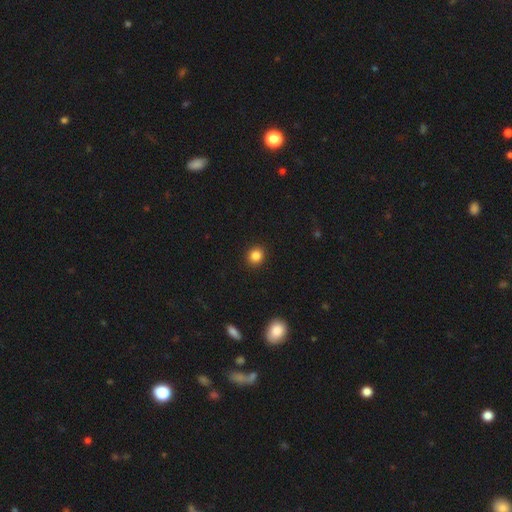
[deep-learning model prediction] smooth 85%, star or artifact 11%, featured or disk 4%. Down the decision tree: how rounded — round (86%); merging — none (92%).